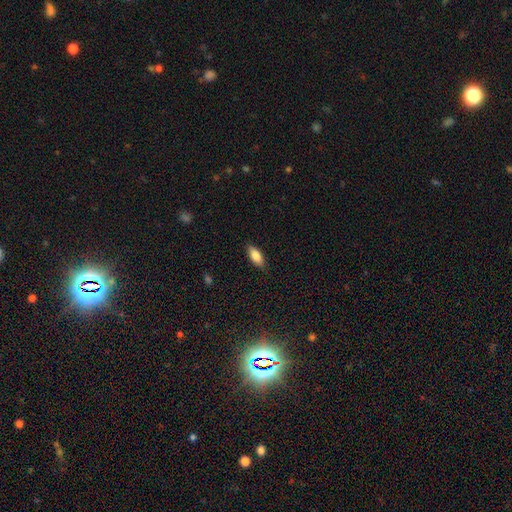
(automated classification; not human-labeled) Morphology: type=smooth (82%); roundness=in between (79%); merging=none (86%).